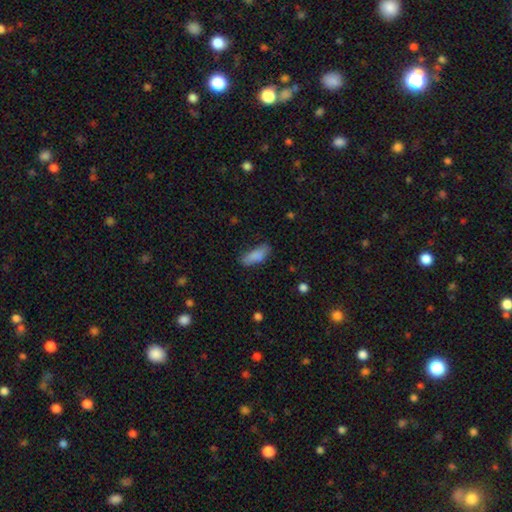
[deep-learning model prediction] Q: Smooth or featured?
A: smooth (84%); runner-up: featured or disk (9%)
Q: How rounded?
A: in between (70%); runner-up: cigar-shaped (28%)
Q: Merging?
A: none (65%); runner-up: minor disturbance (25%)